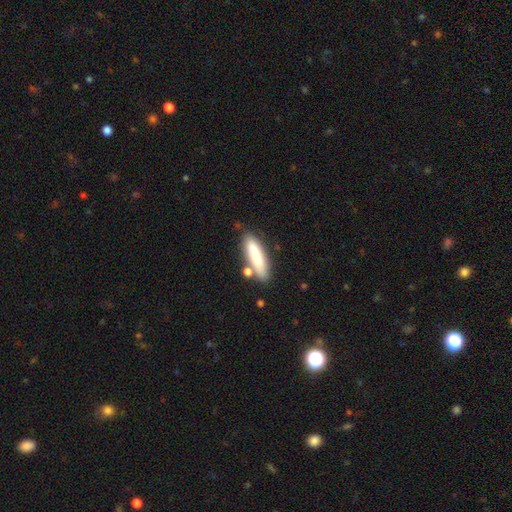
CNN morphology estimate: smooth 80%, featured or disk 13%, star or artifact 7%. Down the decision tree: how rounded — cigar-shaped (66%); merging — none (70%).